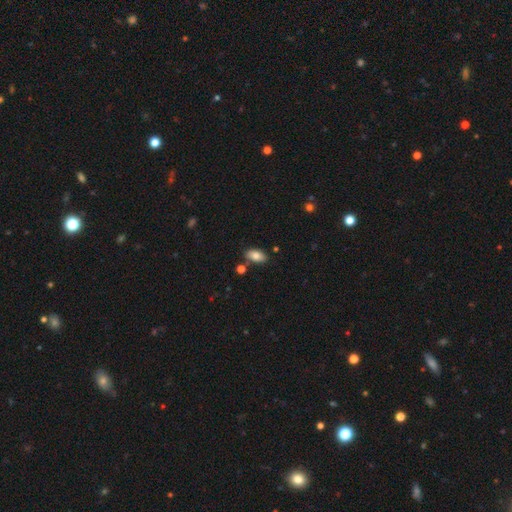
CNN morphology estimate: smooth-or-featured: smooth: 81% | featured or disk: 11% | star or artifact: 8%
  how-rounded: in between: 92% | round: 4% | cigar-shaped: 4%
  merging: none: 79% | minor disturbance: 12% | merger: 7% | major disturbance: 2%